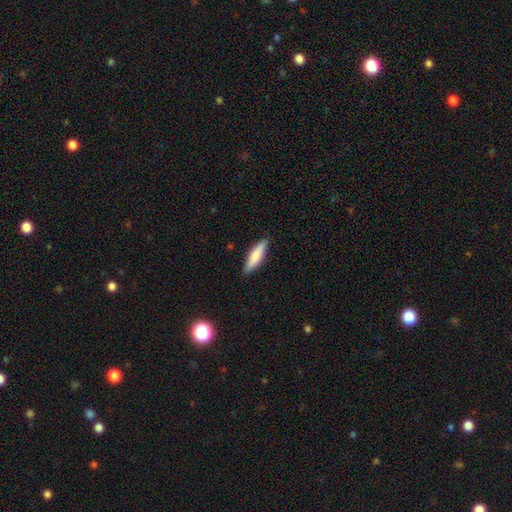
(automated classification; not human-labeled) The model was most divided on "how rounded": cigar-shaped: 71%, in between: 28%, round: 1%. More confident: merging — none (88%); smooth or featured — smooth (77%).